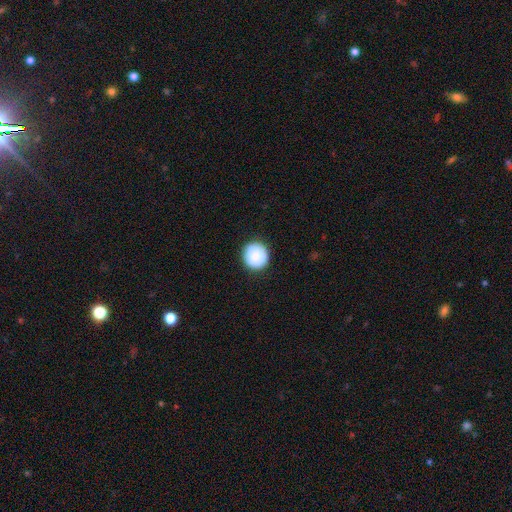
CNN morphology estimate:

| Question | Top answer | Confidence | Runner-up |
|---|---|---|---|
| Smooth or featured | smooth | 85% | featured or disk (8%) |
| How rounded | round | 94% | in between (5%) |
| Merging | none | 89% | minor disturbance (8%) |